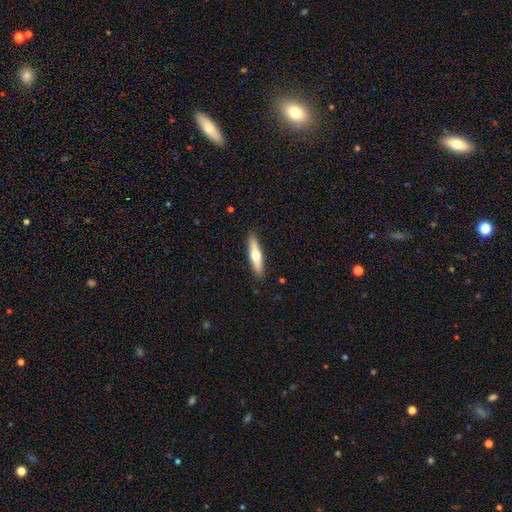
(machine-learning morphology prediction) smooth_or_featured: smooth (p=0.51) [alt: featured or disk p=0.44]
how_rounded: cigar-shaped (p=0.78) [alt: in between p=0.20]
merging: none (p=0.90) [alt: minor disturbance p=0.08]